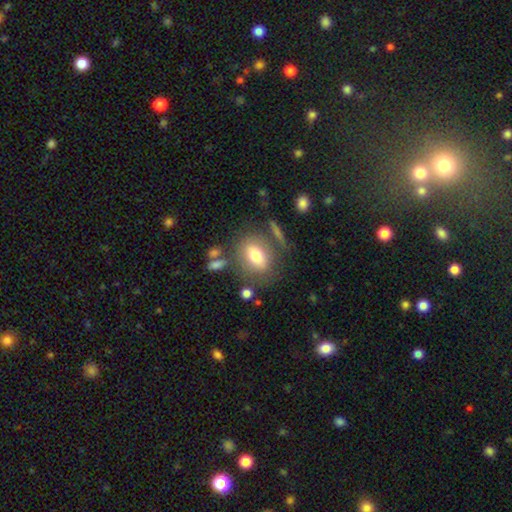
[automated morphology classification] Smooth or featured? smooth (69%)
How rounded? in between (70%)
Merging? none (68%)